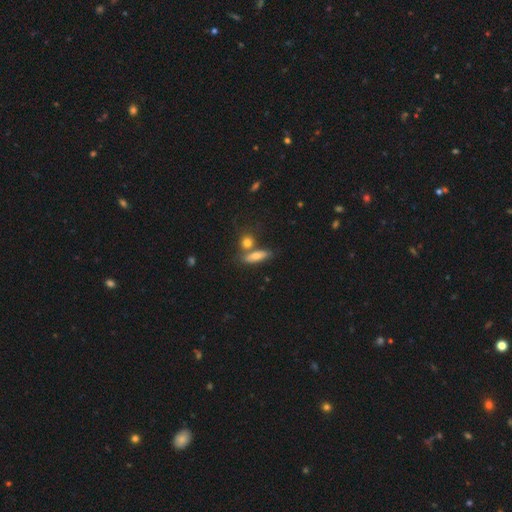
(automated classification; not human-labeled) A smooth galaxy with no disk features (69%) that is in between round and cigar-shaped (49%). Merging: none (62%).